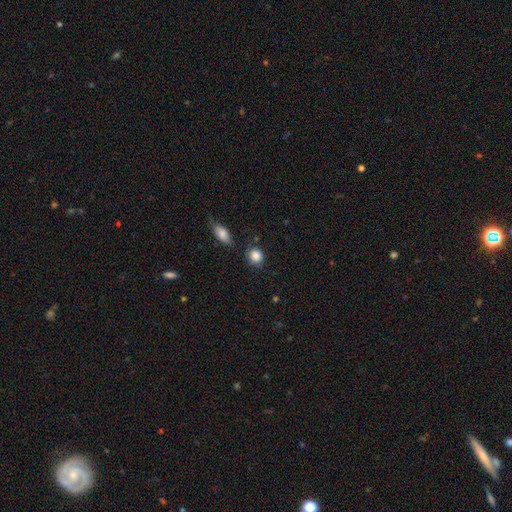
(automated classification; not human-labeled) Smooth or featured? smooth (87%)
How rounded? round (75%)
Merging? none (78%)